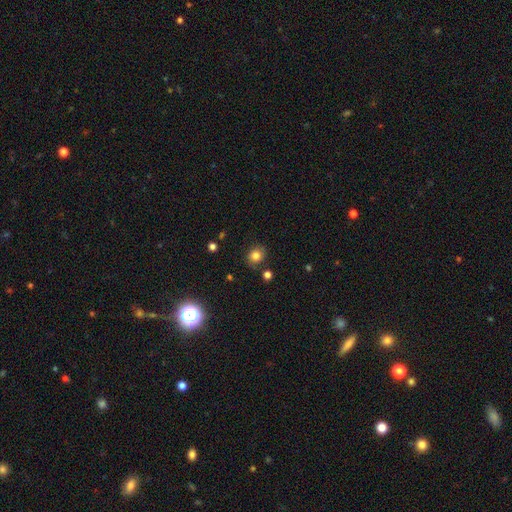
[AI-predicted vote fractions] This appears to be a smooth galaxy with no disk features (78%) that is round (73%). Merging: none (81%).